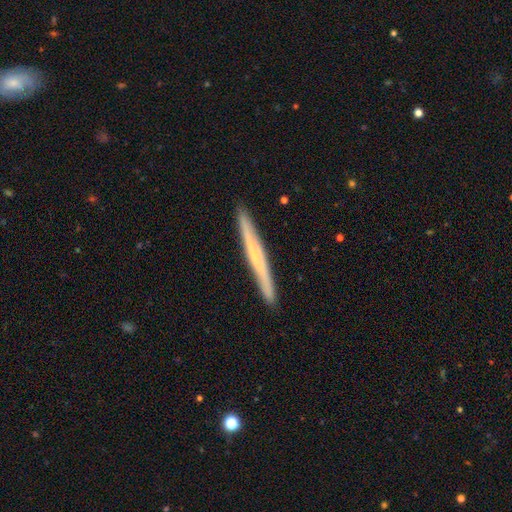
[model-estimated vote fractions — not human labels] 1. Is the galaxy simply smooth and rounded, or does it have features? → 56% featured or disk, 38% smooth, 6% star or artifact.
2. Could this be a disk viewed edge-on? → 96% yes, 4% no.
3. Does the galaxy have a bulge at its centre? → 62% none, 32% rounded, 6% boxy.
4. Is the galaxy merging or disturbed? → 92% none, 6% minor disturbance, 1% major disturbance, 1% merger.